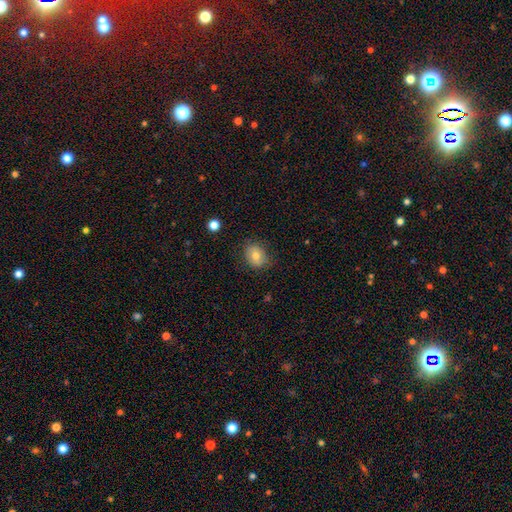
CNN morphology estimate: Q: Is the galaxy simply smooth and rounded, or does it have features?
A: smooth — 75%.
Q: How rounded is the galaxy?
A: round — 53%.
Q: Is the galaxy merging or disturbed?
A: none — 81%.